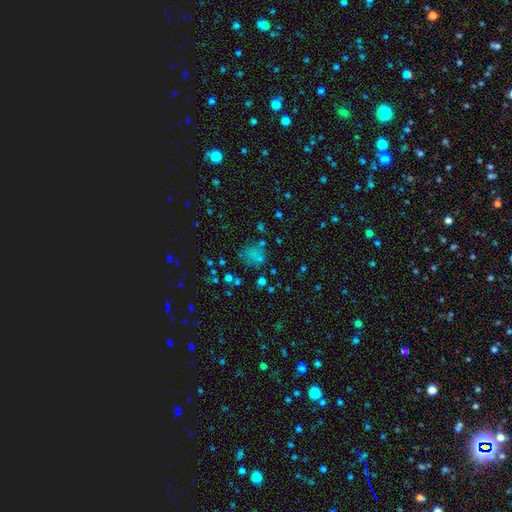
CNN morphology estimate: Overall: smooth (62%; star or artifact 24%). How rounded: round (61%; in between 38%). Merging: none (54%; minor disturbance 19%).